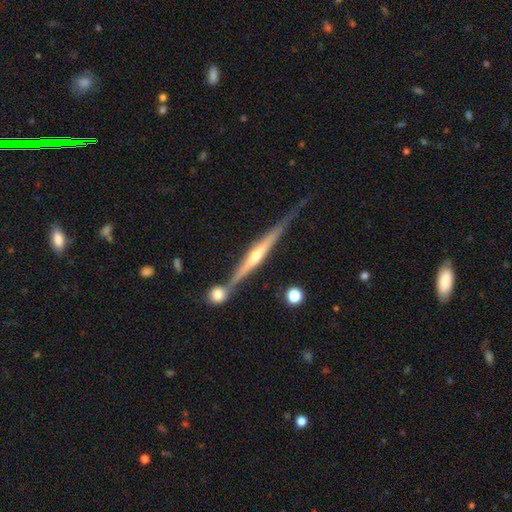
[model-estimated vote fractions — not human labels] A featured or disk galaxy (83%) viewed edge-on (98%) with a rounded central bulge (81%).

Vote fractions:
- Smooth or featured? featured or disk: 83% / smooth: 11% / star or artifact: 6%
- Edge-on disk? yes: 98% / no: 2%
- Edge-on bulge? rounded: 81% / none: 12% / boxy: 7%
- Merging? none: 69% / minor disturbance: 15% / merger: 11% / major disturbance: 4%